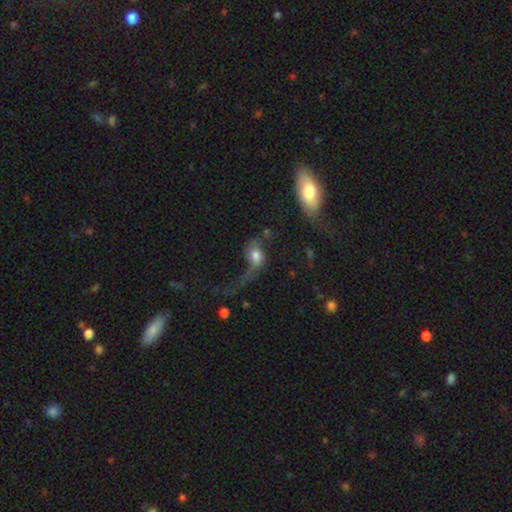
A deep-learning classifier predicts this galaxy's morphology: A smooth galaxy with no disk features (50%) that is in between round and cigar-shaped (62%).

Vote fractions:
- Smooth or featured? smooth: 50% / featured or disk: 38% / star or artifact: 12%
- How rounded? in between: 62% / round: 34% / cigar-shaped: 5%
- Merging? major disturbance: 54% / none: 21% / merger: 13% / minor disturbance: 13%